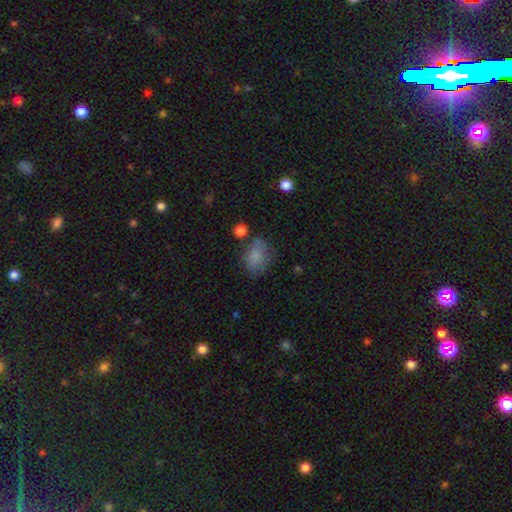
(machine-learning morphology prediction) A smooth galaxy with no disk features (77%) that is in between round and cigar-shaped (65%).

Vote fractions:
- Smooth or featured? smooth: 77% / featured or disk: 13% / star or artifact: 10%
- How rounded? in between: 65% / round: 34% / cigar-shaped: 1%
- Merging? none: 58% / minor disturbance: 24% / major disturbance: 11% / merger: 6%